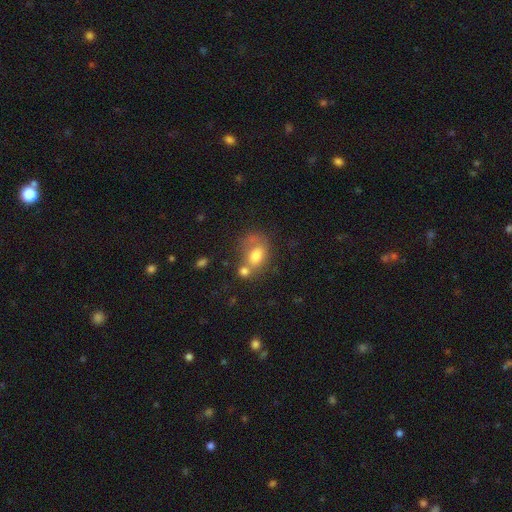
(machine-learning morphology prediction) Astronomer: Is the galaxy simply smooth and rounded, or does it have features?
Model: smooth — 72%.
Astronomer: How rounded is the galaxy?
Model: in between — 70%.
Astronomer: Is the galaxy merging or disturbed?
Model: merger — 41% (runner-up: none, 29%).